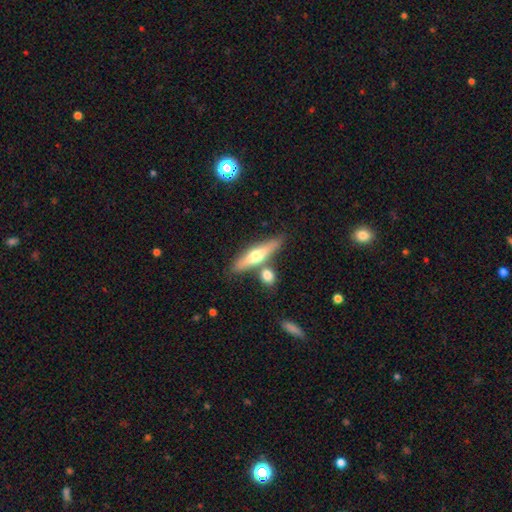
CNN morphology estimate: Q: Smooth or featured?
A: featured or disk (52%); runner-up: smooth (42%)
Q: Edge-on disk?
A: yes (89%); runner-up: no (11%)
Q: Merging?
A: none (68%); runner-up: merger (18%)